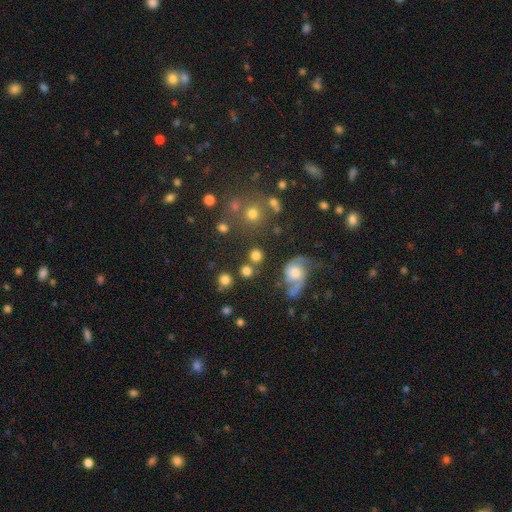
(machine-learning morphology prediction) This is likely a smooth galaxy (73%). How rounded: clearly round (88%). Merging: likely none (69%).